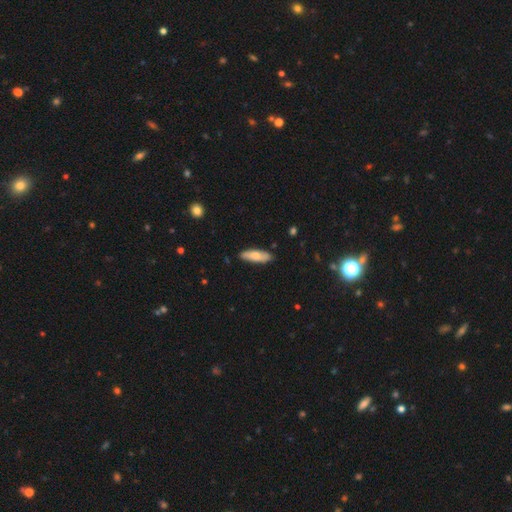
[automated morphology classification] Smooth or featured? smooth (71%)
How rounded? cigar-shaped (50%)
Merging? none (86%)